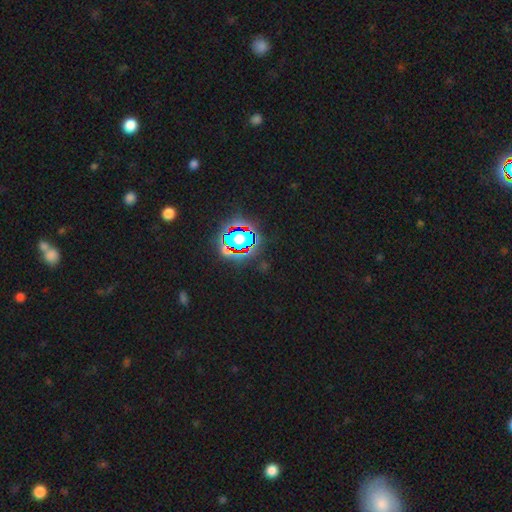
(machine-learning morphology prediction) smooth-or-featured: star or artifact: 81% | smooth: 12% | featured or disk: 7%